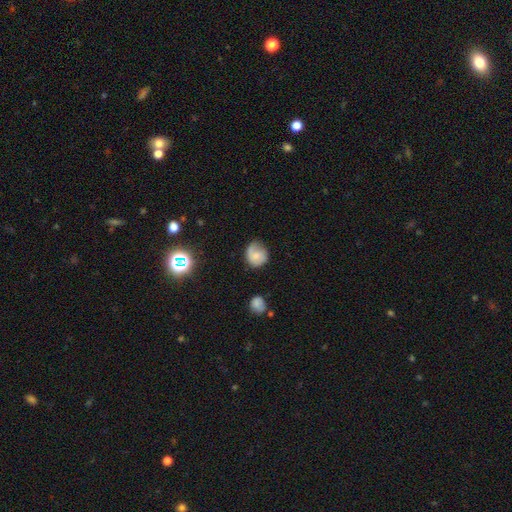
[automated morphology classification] smooth_or_featured: smooth (p=0.58) [alt: featured or disk p=0.32]
how_rounded: round (p=0.76) [alt: in between p=0.23]
merging: none (p=0.56) [alt: minor disturbance p=0.29]